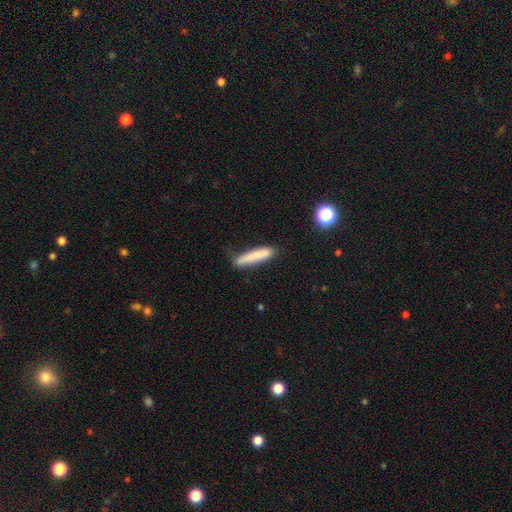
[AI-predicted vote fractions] This appears to be a smooth galaxy with no disk features (79%) that is cigar-shaped (87%). Merging: none (70%).